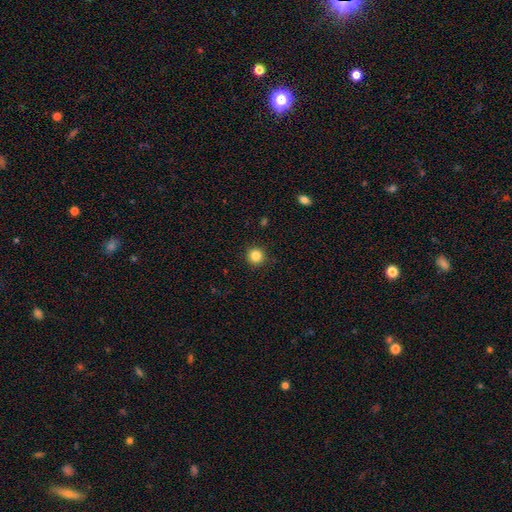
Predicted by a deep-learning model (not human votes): Overall: smooth (84%). How rounded: round (95%). Merging: none (92%).